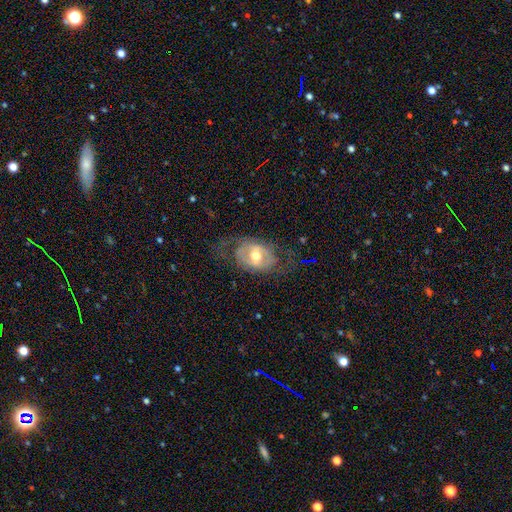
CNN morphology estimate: smooth-or-featured: featured or disk: 69% | smooth: 25% | star or artifact: 6%
  disk-edge-on: no: 93% | yes: 7%
    bar: weak: 43% | no: 34% | strong: 24%
    has-spiral-arms: yes: 56% | no: 44%
    bulge-size: moderate: 73% | small: 16% | large: 8% | dominant: 1% | none: 1%
  merging: none: 61% | major disturbance: 20% | minor disturbance: 18% | merger: 1%